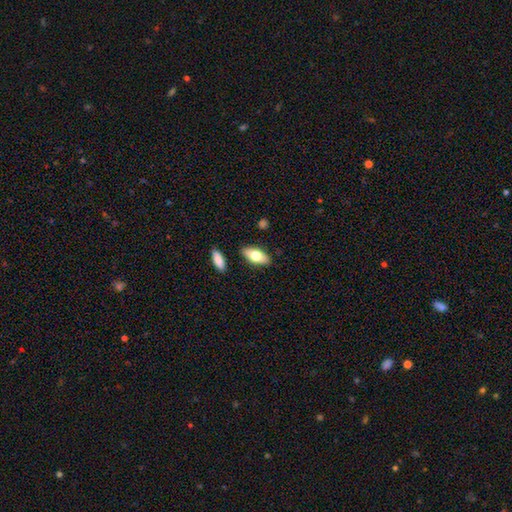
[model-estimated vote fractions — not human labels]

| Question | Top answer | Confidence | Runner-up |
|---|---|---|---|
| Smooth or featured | smooth | 71% | featured or disk (23%) |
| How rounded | in between | 87% | cigar-shaped (10%) |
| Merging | none | 86% | minor disturbance (9%) |